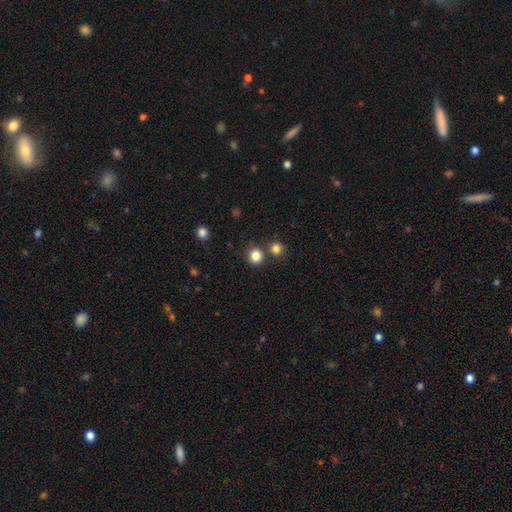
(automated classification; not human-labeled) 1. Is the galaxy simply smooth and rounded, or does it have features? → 84% smooth, 12% star or artifact, 4% featured or disk.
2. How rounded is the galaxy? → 84% round, 15% in between, 1% cigar-shaped.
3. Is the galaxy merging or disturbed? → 76% none, 14% merger, 8% minor disturbance, 3% major disturbance.